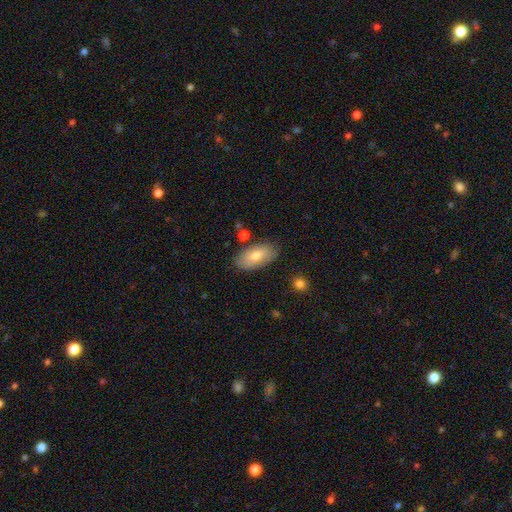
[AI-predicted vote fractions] This is likely a smooth galaxy (73%). How rounded: clearly in between (92%). Merging: clearly none (82%).